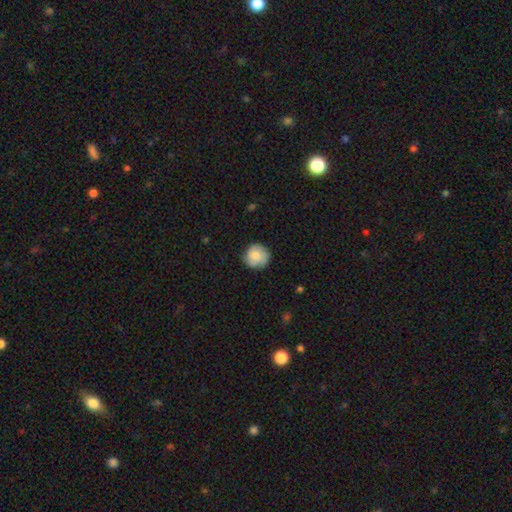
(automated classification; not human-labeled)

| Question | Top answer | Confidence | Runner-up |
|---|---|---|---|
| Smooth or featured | smooth | 77% | featured or disk (16%) |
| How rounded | round | 92% | in between (7%) |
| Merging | none | 77% | minor disturbance (18%) |